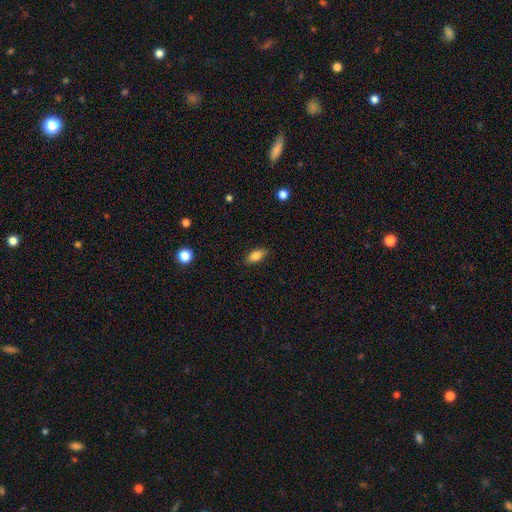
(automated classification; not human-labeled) This is clearly a smooth galaxy (81%). How rounded: clearly in between (82%). Merging: clearly none (82%).